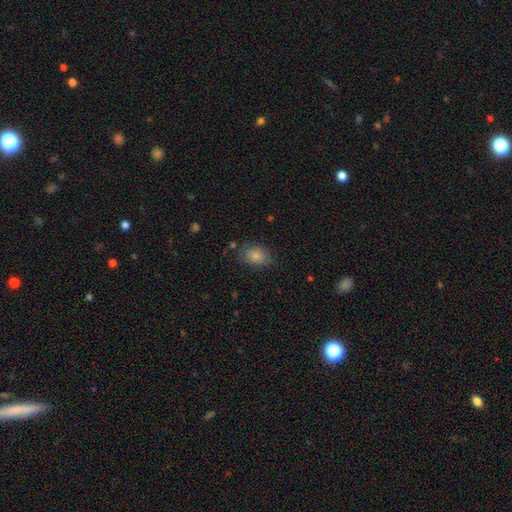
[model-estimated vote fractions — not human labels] Overall: smooth (83%). How rounded: in between (68%; round 31%). Merging: none (76%).